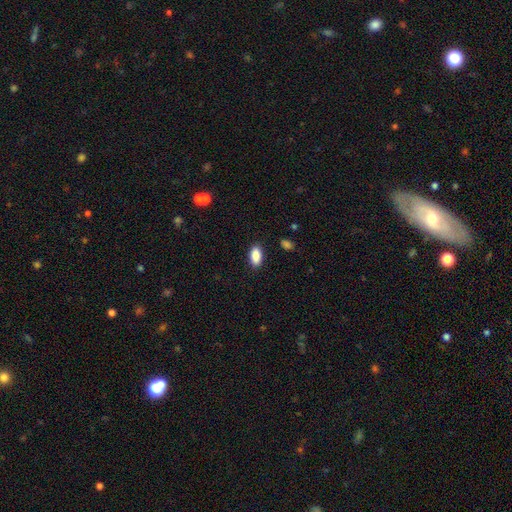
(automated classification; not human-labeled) Smooth or featured? smooth (89%)
How rounded? in between (91%)
Merging? none (88%)